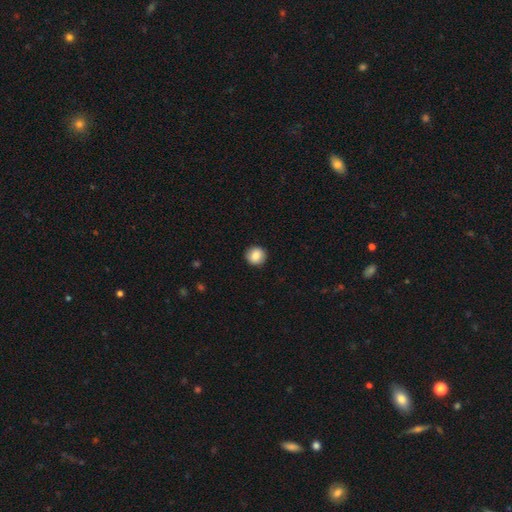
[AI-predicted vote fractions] Q: Smooth or featured?
A: smooth (85%); runner-up: star or artifact (8%)
Q: How rounded?
A: round (92%); runner-up: in between (7%)
Q: Merging?
A: none (92%); runner-up: minor disturbance (6%)